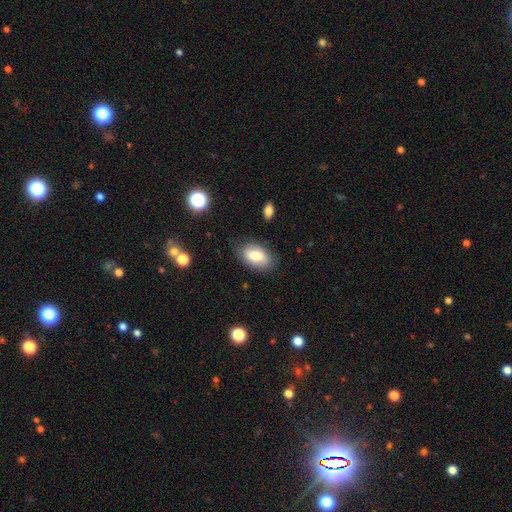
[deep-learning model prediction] A smooth galaxy with no disk features (76%) that is in between round and cigar-shaped (92%).

Vote fractions:
- Smooth or featured? smooth: 76% / featured or disk: 17% / star or artifact: 7%
- How rounded? in between: 92% / round: 6% / cigar-shaped: 2%
- Merging? none: 80% / minor disturbance: 14% / major disturbance: 4% / merger: 2%